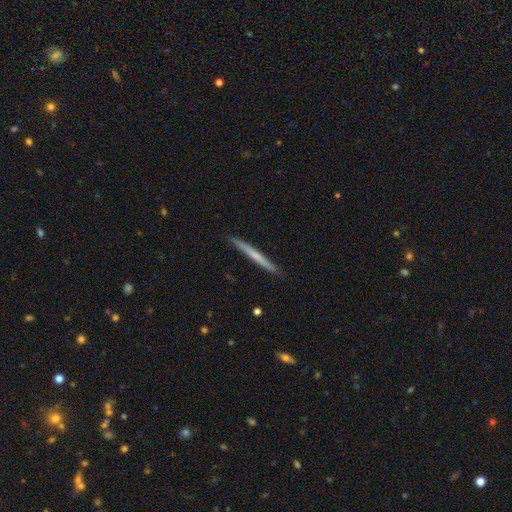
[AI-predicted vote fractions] smooth-or-featured: smooth: 52% | featured or disk: 43% | star or artifact: 5%
  how-rounded: cigar-shaped: 97% | in between: 2% | round: 1%
  merging: none: 92% | minor disturbance: 6% | major disturbance: 1% | merger: 1%